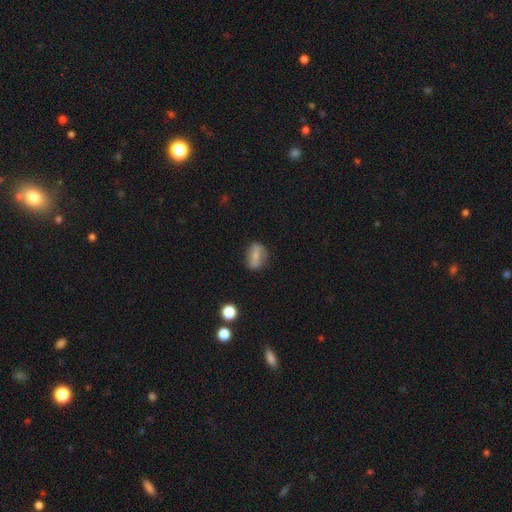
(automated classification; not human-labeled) The model was most divided on "smooth or featured": smooth: 58%, featured or disk: 33%, star or artifact: 9%. More confident: merging — none (76%); how rounded — in between (71%).